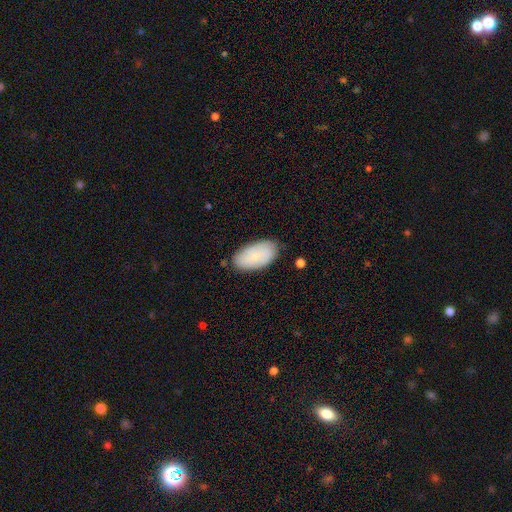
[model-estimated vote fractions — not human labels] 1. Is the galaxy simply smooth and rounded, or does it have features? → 77% smooth, 17% featured or disk, 6% star or artifact.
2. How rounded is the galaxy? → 95% in between, 3% round, 2% cigar-shaped.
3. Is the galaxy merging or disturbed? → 77% none, 18% minor disturbance, 3% major disturbance, 2% merger.